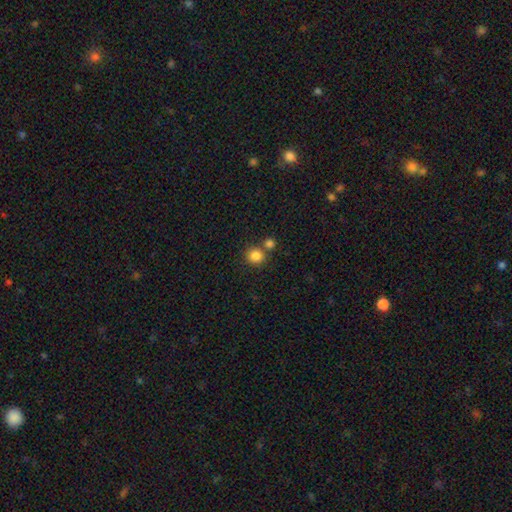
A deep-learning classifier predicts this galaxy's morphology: smooth-or-featured: smooth: 84% | star or artifact: 11% | featured or disk: 5%
  how-rounded: round: 87% | in between: 12% | cigar-shaped: 1%
  merging: none: 67% | merger: 23% | minor disturbance: 7% | major disturbance: 3%